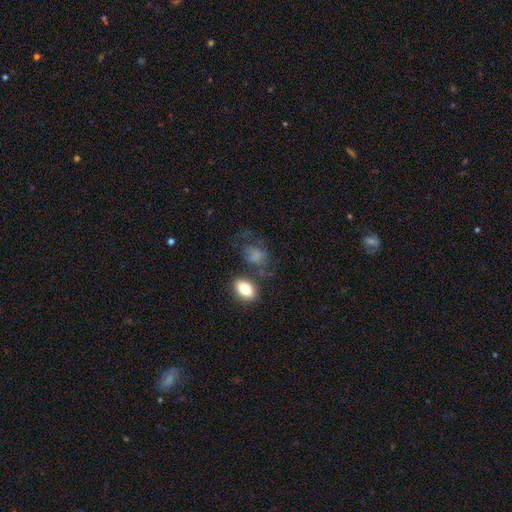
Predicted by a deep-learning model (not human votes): Smooth or featured? Predicted: smooth (p=0.66). How rounded? Predicted: in between (p=0.73). Merging? Predicted: none (p=0.40).